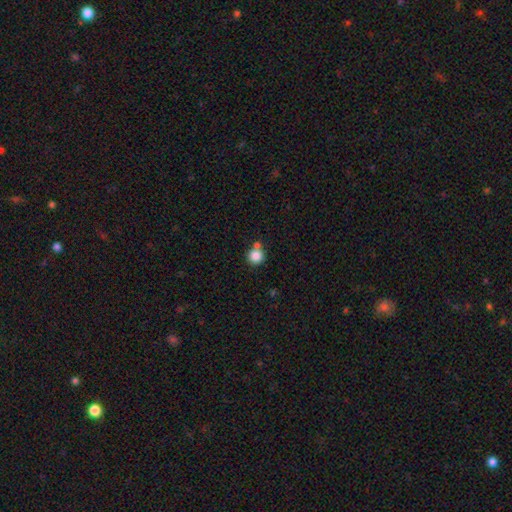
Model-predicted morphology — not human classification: Smooth or featured? Predicted: smooth (p=0.84). How rounded? Predicted: round (p=0.93). Merging? Predicted: none (p=0.62).